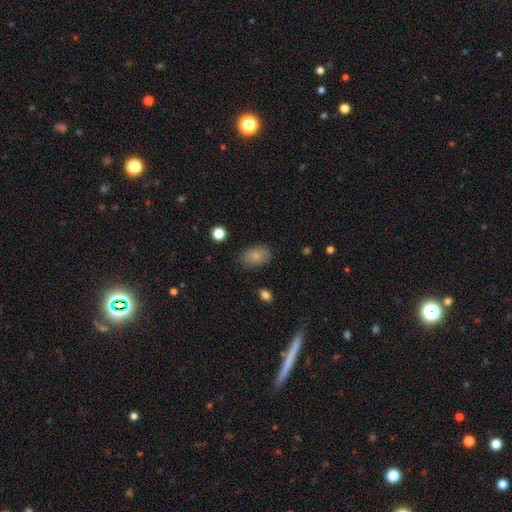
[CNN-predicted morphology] This is clearly a smooth galaxy (82%). How rounded: clearly in between (84%). Merging: likely none (80%).